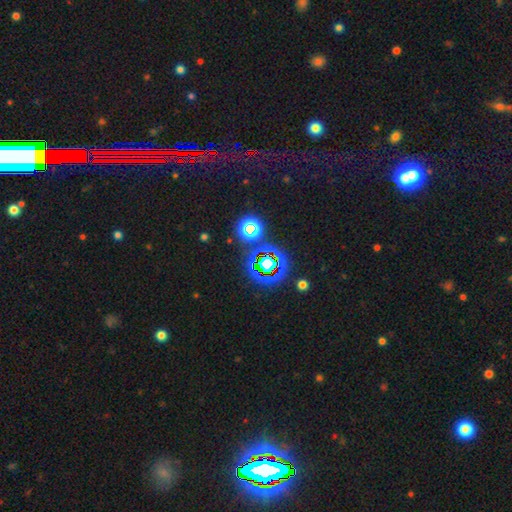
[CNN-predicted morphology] A star or artifact, not a galaxy (74%).